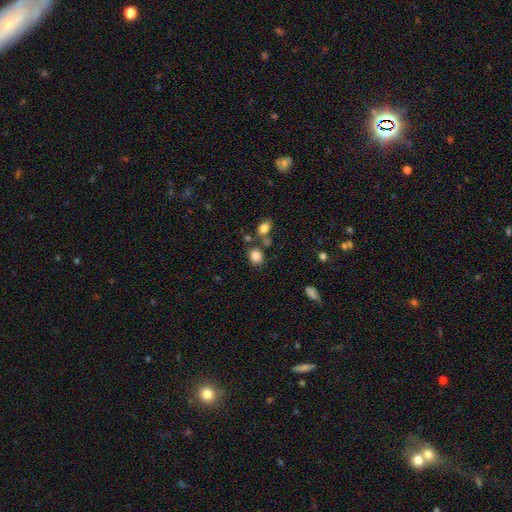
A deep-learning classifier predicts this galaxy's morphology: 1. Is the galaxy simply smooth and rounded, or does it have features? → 84% smooth, 10% star or artifact, 6% featured or disk.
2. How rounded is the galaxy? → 64% round, 35% in between, 1% cigar-shaped.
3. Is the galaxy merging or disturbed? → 70% none, 14% merger, 12% minor disturbance, 4% major disturbance.